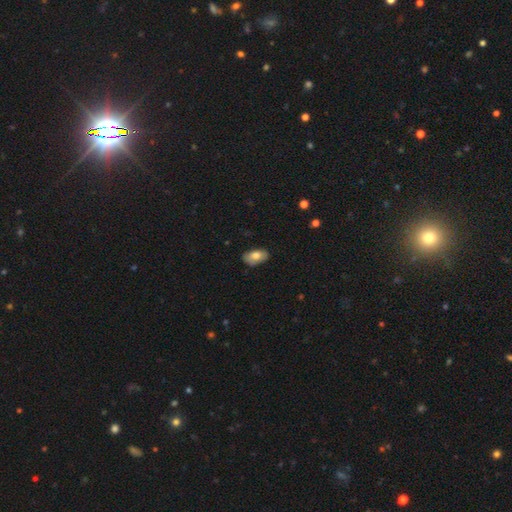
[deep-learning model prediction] The model was most divided on "smooth or featured": smooth: 75%, featured or disk: 18%, star or artifact: 7%. More confident: how rounded — in between (93%); merging — none (81%).